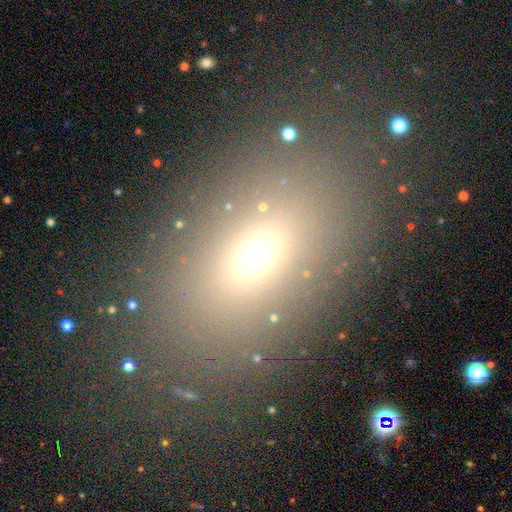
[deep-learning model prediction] Smooth or featured?
  - smooth: 63% *
  - star or artifact: 23%
  - featured or disk: 13%
How rounded?
  - in between: 73% *
  - round: 24%
  - cigar-shaped: 4%
Merging?
  - none: 79% *
  - minor disturbance: 10%
  - major disturbance: 7%
  - merger: 4%